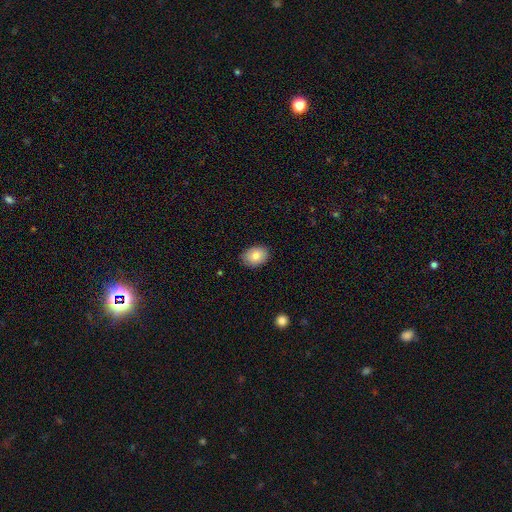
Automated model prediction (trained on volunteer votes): smooth 82%, featured or disk 11%, star or artifact 7%. Down the decision tree: how rounded — in between (74%); merging — none (87%).